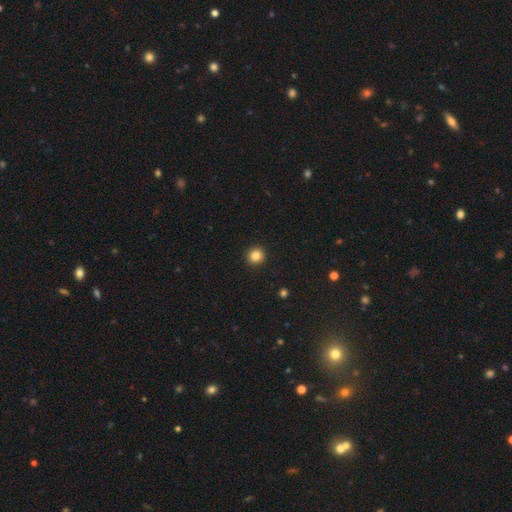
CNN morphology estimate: type=smooth (84%); roundness=round (94%); merging=none (93%).